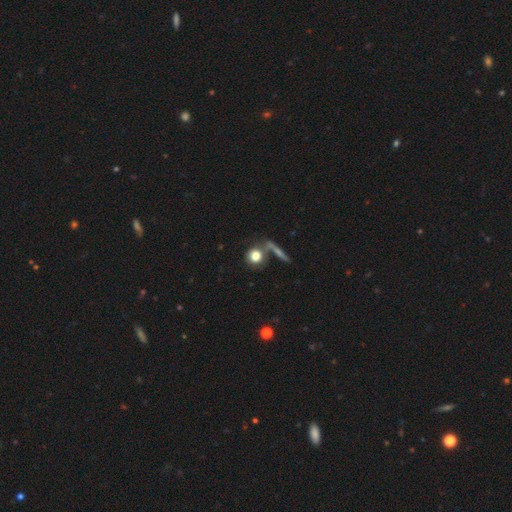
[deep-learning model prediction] smooth_or_featured: smooth (p=0.76) [alt: featured or disk p=0.13]
how_rounded: round (p=0.82) [alt: in between p=0.15]
merging: none (p=0.58) [alt: merger p=0.24]